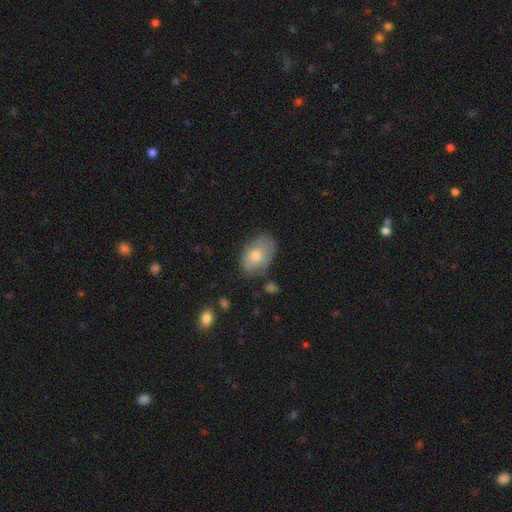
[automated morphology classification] This appears to be a smooth galaxy with no disk features (61%) that is in between round and cigar-shaped (86%). Merging: none (65%).